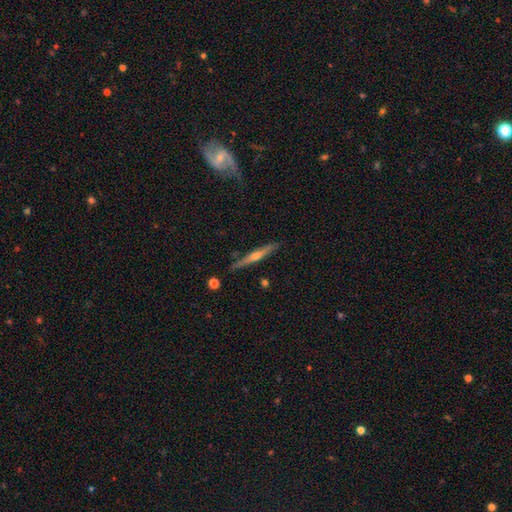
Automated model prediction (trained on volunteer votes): Smooth or featured? Predicted: featured or disk (p=0.77). Edge-on disk? Predicted: yes (p=0.96). Edge-on bulge? Predicted: rounded (p=0.83). Merging? Predicted: none (p=0.84).